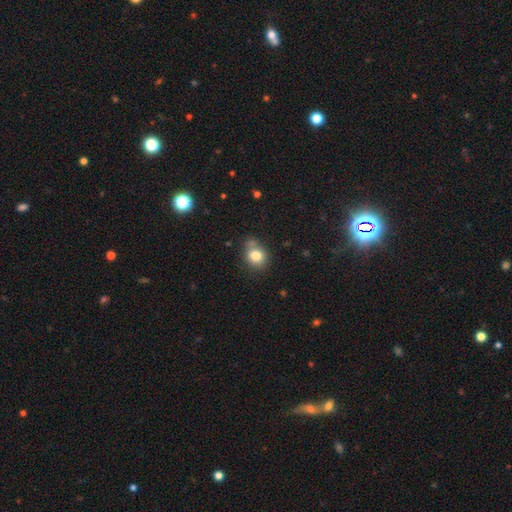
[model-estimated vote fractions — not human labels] This is likely a smooth galaxy (79%). How rounded: possibly round (59%). Merging: likely none (61%).